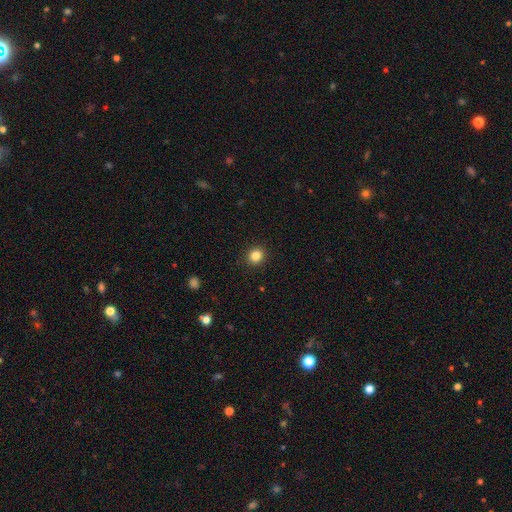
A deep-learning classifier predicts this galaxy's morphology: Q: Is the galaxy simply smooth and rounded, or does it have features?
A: smooth — 84%.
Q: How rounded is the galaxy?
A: round — 85%.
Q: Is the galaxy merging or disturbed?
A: none — 92%.